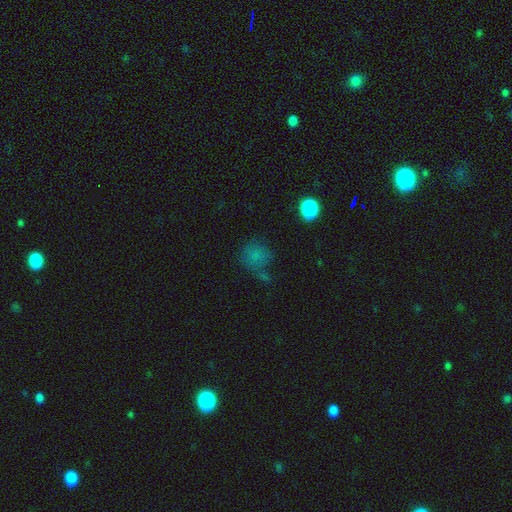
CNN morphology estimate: A smooth galaxy with no disk features (66%) that is round (79%). Merging: none (51%).